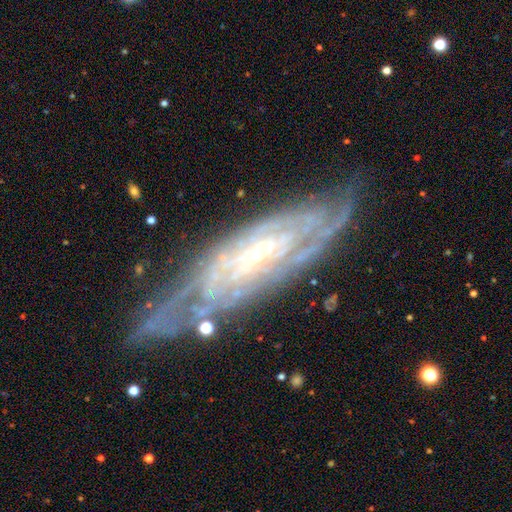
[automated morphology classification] Q: Smooth or featured?
A: featured or disk (85%); runner-up: smooth (8%)
Q: Edge-on disk?
A: no (82%); runner-up: yes (18%)
Q: Bar?
A: no (42%); runner-up: weak (37%)
Q: Spiral arms?
A: yes (95%); runner-up: no (5%)
Q: Spiral winding?
A: tight (73%); runner-up: medium (22%)
Q: Spiral arm count?
A: can't tell (44%); runner-up: 2 (16%)
Q: Bulge size?
A: small (79%); runner-up: moderate (14%)
Q: Merging?
A: none (69%); runner-up: minor disturbance (21%)